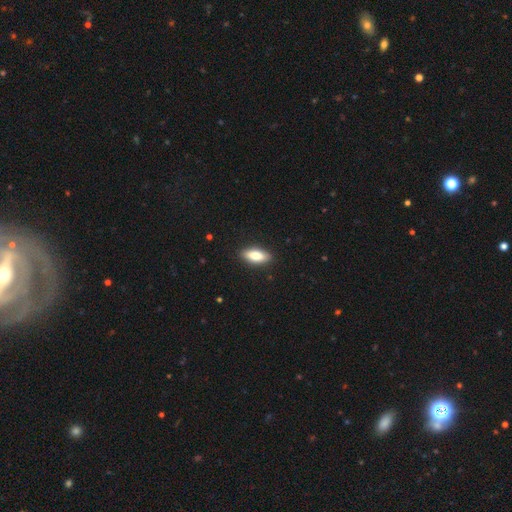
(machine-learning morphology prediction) Q: Smooth or featured?
A: smooth (78%); runner-up: featured or disk (16%)
Q: How rounded?
A: in between (77%); runner-up: cigar-shaped (20%)
Q: Merging?
A: none (90%); runner-up: minor disturbance (8%)